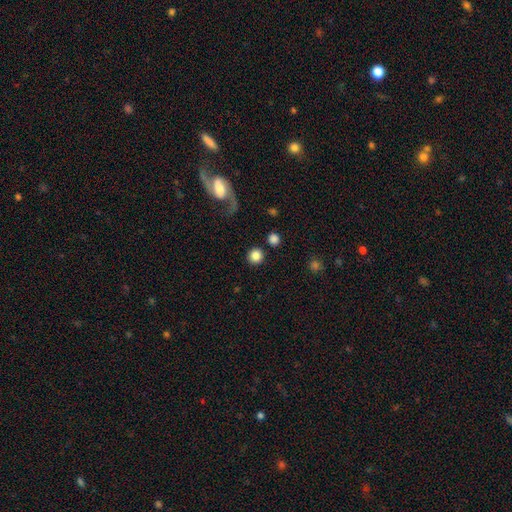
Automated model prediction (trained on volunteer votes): A smooth galaxy with no disk features (84%) that is round (93%).

Vote fractions:
- Smooth or featured? smooth: 84% / star or artifact: 9% / featured or disk: 7%
- How rounded? round: 93% / in between: 6% / cigar-shaped: 1%
- Merging? none: 86% / minor disturbance: 6% / merger: 5% / major disturbance: 4%